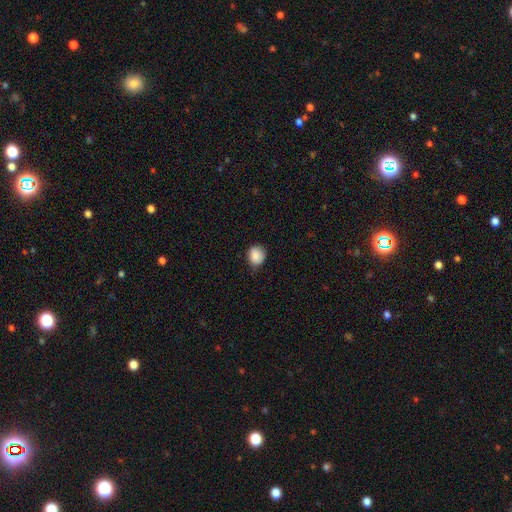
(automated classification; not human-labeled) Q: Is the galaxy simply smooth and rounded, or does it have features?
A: smooth — 86%.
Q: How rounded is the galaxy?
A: round — 66%.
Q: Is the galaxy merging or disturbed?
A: none — 74%.